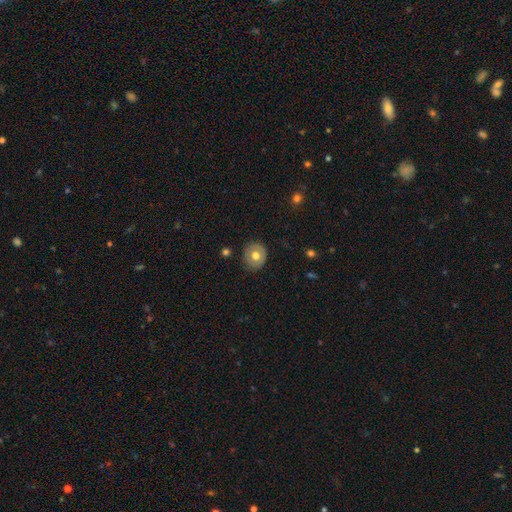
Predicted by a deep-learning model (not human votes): Morphology: type=smooth (63%); roundness=round (81%); merging=none (87%).